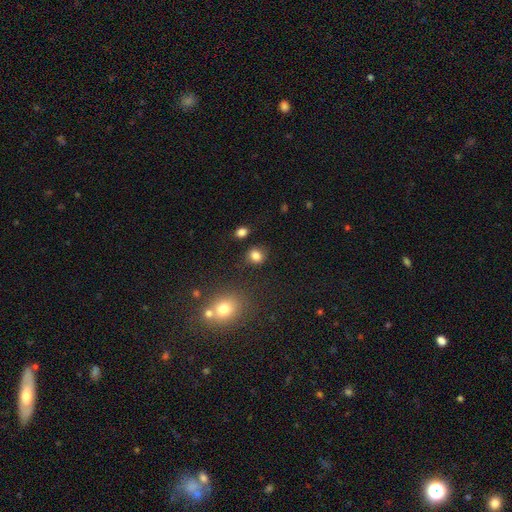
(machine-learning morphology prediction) smooth 83%, star or artifact 12%, featured or disk 5%. Down the decision tree: how rounded — round (75%); merging — none (82%).